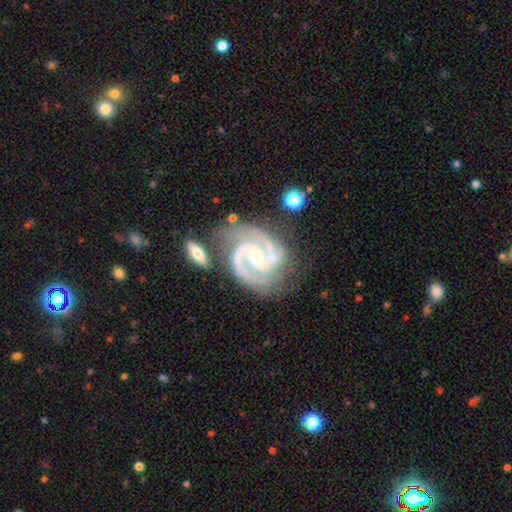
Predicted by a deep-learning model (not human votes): Overall: featured or disk (93%). Edge-on disk: no (98%). Bar: no (54%; weak 32%). Spiral arms: yes (99%). Spiral arm count: 2 (76%). Spiral winding: tight (50%; medium 45%). Bulge size: small (67%; moderate 29%). Merging: none (65%).